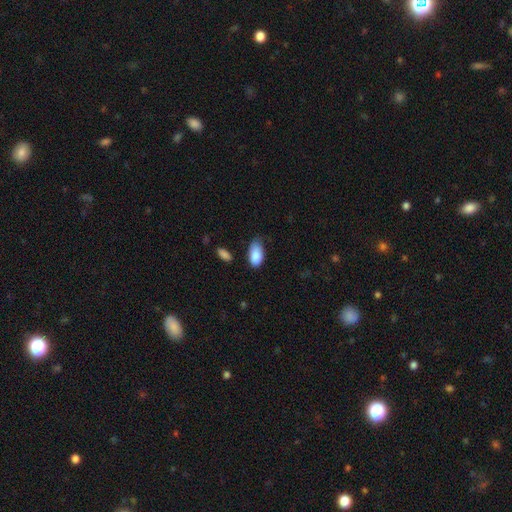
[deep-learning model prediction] The model was most divided on "merging": none: 56%, minor disturbance: 35%, major disturbance: 6%, merger: 3%. More confident: how rounded — in between (94%); smooth or featured — smooth (87%).